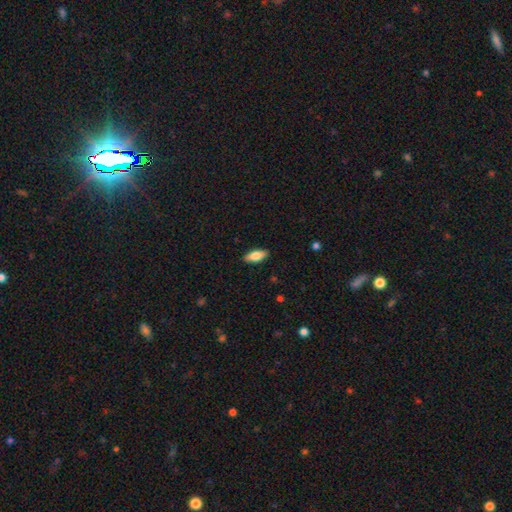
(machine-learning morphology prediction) The model was most divided on "smooth or featured": smooth: 77%, featured or disk: 17%, star or artifact: 6%. More confident: merging — none (89%); how rounded — in between (80%).